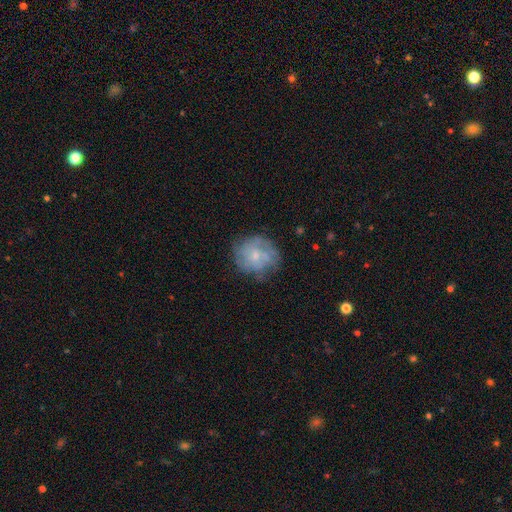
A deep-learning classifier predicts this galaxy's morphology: smooth-or-featured: featured or disk: 50% | smooth: 41% | star or artifact: 9%
  disk-edge-on: no: 98% | yes: 2%
  merging: none: 67% | minor disturbance: 21% | major disturbance: 10% | merger: 2%